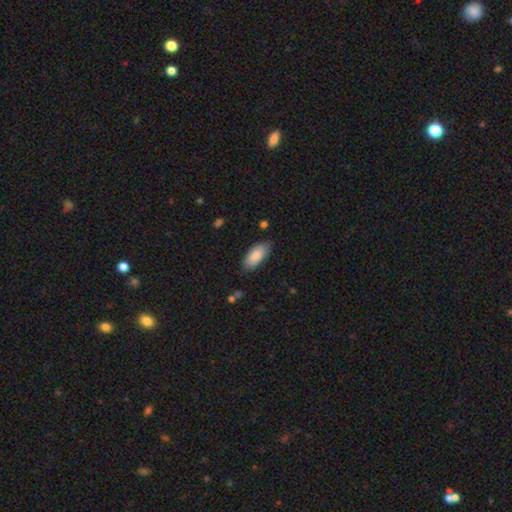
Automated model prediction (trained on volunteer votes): Q: Smooth or featured?
A: smooth (87%); runner-up: featured or disk (7%)
Q: How rounded?
A: in between (88%); runner-up: cigar-shaped (11%)
Q: Merging?
A: none (82%); runner-up: minor disturbance (14%)